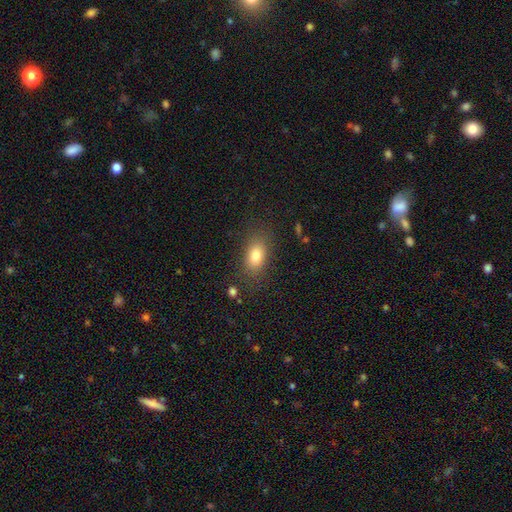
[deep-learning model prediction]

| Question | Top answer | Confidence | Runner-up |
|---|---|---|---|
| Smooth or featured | smooth | 80% | star or artifact (10%) |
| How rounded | in between | 82% | round (14%) |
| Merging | none | 81% | minor disturbance (12%) |